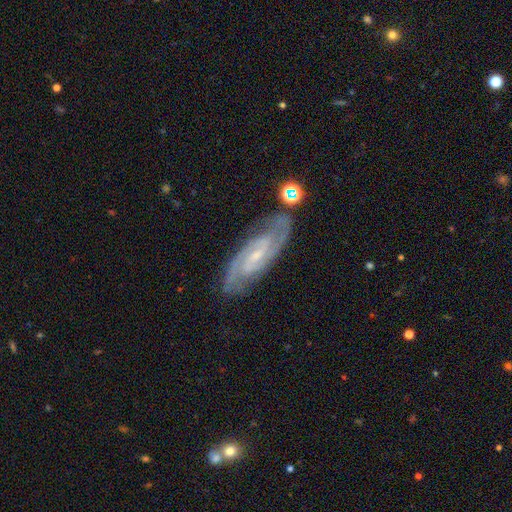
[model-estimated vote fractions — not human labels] smooth-or-featured: featured or disk: 88% | smooth: 6% | star or artifact: 6%
  disk-edge-on: no: 93% | yes: 7%
    bar: weak: 49% | no: 27% | strong: 25%
    has-spiral-arms: yes: 98% | no: 2%
      spiral-winding: tight: 48% | medium: 44% | loose: 8%
      spiral-arm-count: 2: 79% | 3: 7% | can't tell: 7% | 4: 2% | 1: 2% | more than 4: 2%
    bulge-size: small: 73% | moderate: 18% | none: 7% | large: 1% | dominant: 1%
  merging: none: 79% | minor disturbance: 14% | major disturbance: 4% | merger: 3%